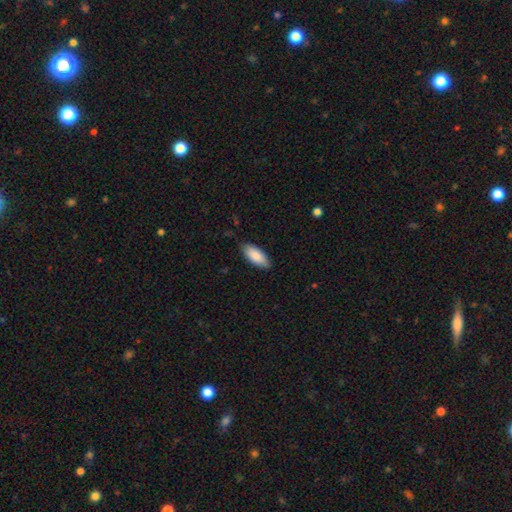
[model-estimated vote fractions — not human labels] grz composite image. It shows a smooth galaxy with no disk features (85%) that is in between round and cigar-shaped (85%). Merging: none (82%).